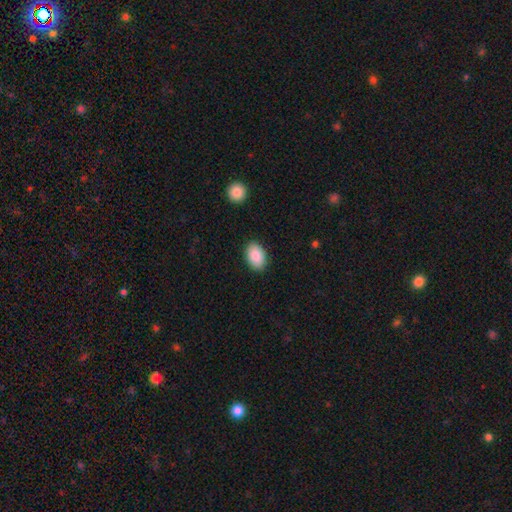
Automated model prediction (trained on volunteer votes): Smooth or featured?
  - smooth: 89% *
  - star or artifact: 6%
  - featured or disk: 5%
How rounded?
  - in between: 91% *
  - round: 8%
  - cigar-shaped: 1%
Merging?
  - none: 88% *
  - minor disturbance: 8%
  - major disturbance: 2%
  - merger: 1%